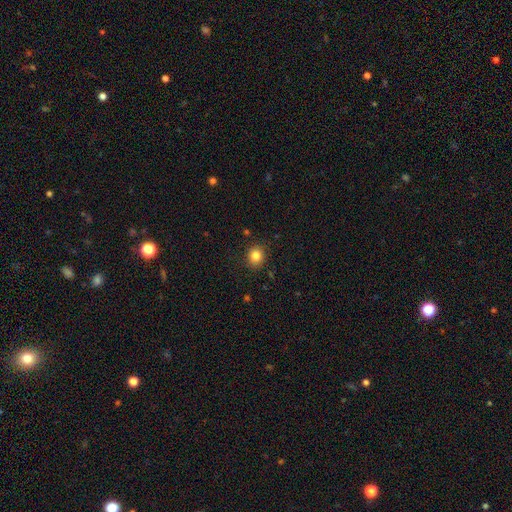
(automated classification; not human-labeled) A smooth galaxy with no disk features (83%) that is round (79%). Merging: none (87%).